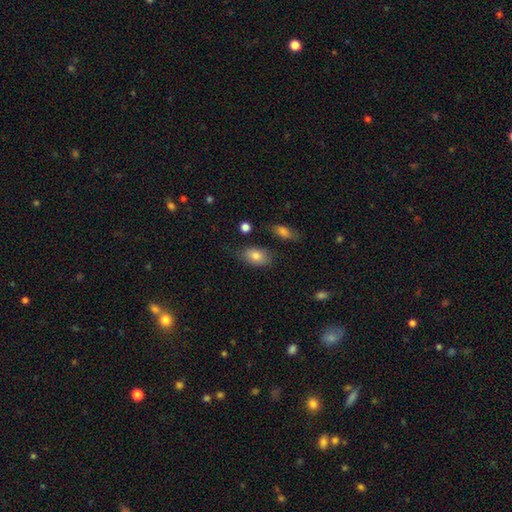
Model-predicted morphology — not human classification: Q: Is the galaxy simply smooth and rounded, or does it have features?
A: smooth — 81%.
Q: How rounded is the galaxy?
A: in between — 88%.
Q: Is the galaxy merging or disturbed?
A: none — 71%.